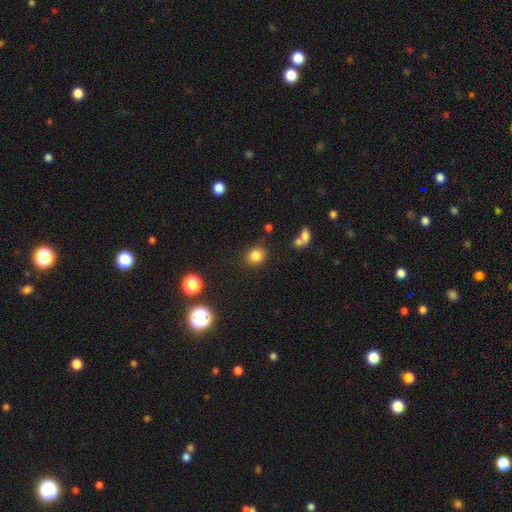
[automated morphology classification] Smooth or featured: smooth — 82% (star or artifact — 12%)
How rounded: round — 70% (in between — 29%)
Merging: none — 81% (minor disturbance — 11%)